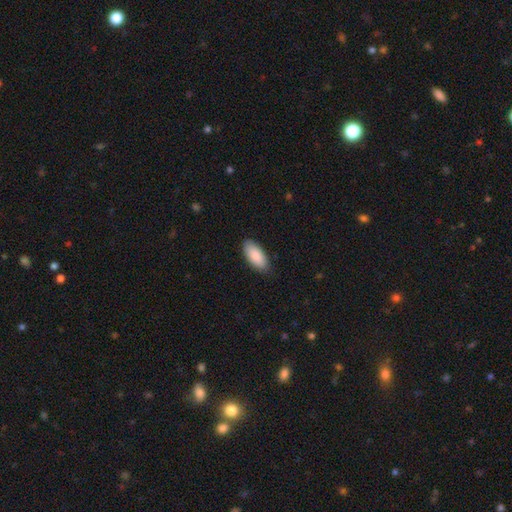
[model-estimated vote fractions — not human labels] smooth-or-featured: smooth: 89% | featured or disk: 6% | star or artifact: 6%
  how-rounded: in between: 90% | cigar-shaped: 8% | round: 2%
  merging: none: 85% | minor disturbance: 12% | major disturbance: 2% | merger: 1%